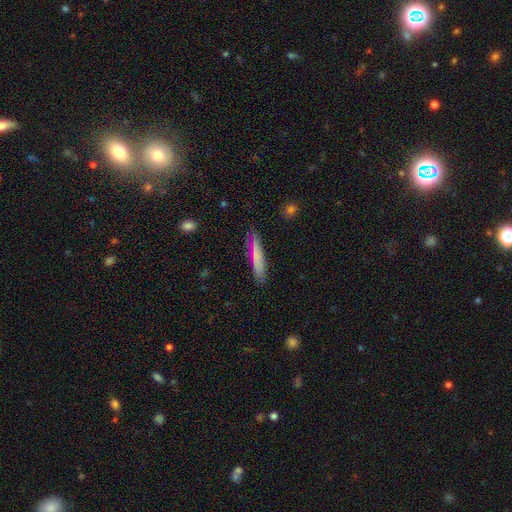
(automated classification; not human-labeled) Morphology: type=smooth (73%); roundness=cigar-shaped (92%); merging=none (86%).